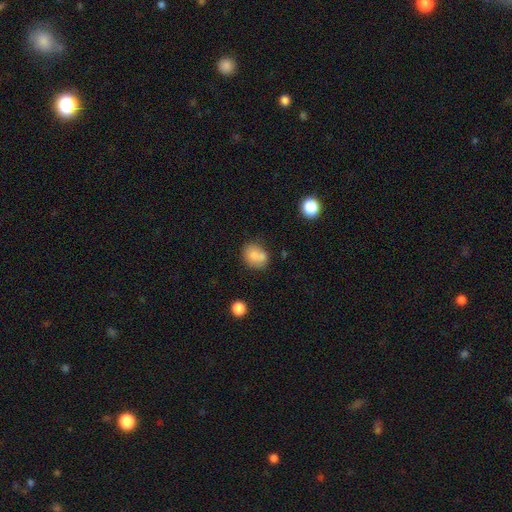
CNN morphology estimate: This is likely a smooth galaxy (78%). How rounded: possibly round (54%). Merging: possibly none (52%).